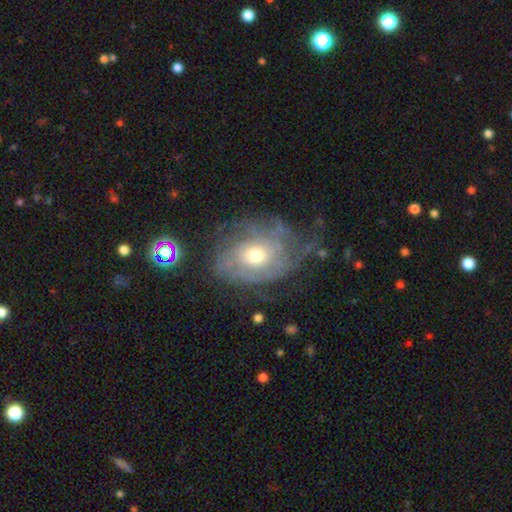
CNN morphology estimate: Q: Smooth or featured?
A: featured or disk (75%); runner-up: smooth (17%)
Q: Edge-on disk?
A: no (96%); runner-up: yes (4%)
Q: Bar?
A: no (79%); runner-up: weak (18%)
Q: Spiral arms?
A: yes (81%); runner-up: no (19%)
Q: Spiral winding?
A: tight (60%); runner-up: medium (28%)
Q: Spiral arm count?
A: can't tell (54%); runner-up: 2 (15%)
Q: Bulge size?
A: moderate (68%); runner-up: small (22%)
Q: Merging?
A: none (54%); runner-up: minor disturbance (25%)